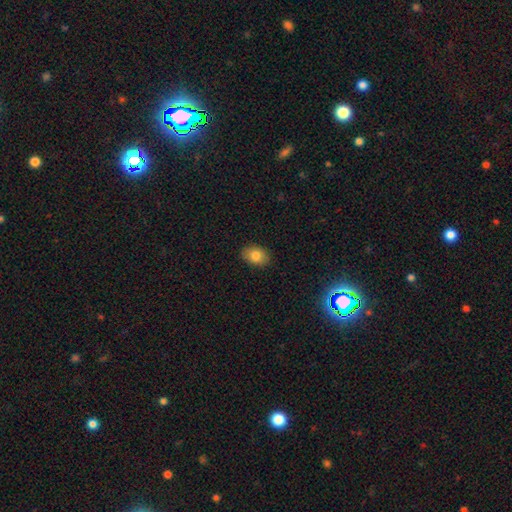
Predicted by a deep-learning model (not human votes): The model was most divided on "how rounded": in between: 80%, round: 18%, cigar-shaped: 1%. More confident: merging — none (88%); smooth or featured — smooth (82%).